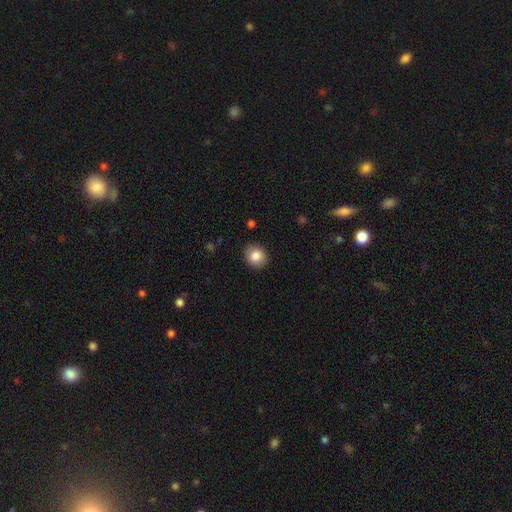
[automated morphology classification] smooth_or_featured: smooth (p=0.85) [alt: star or artifact p=0.08]
how_rounded: round (p=0.78) [alt: in between p=0.21]
merging: none (p=0.89) [alt: minor disturbance p=0.08]